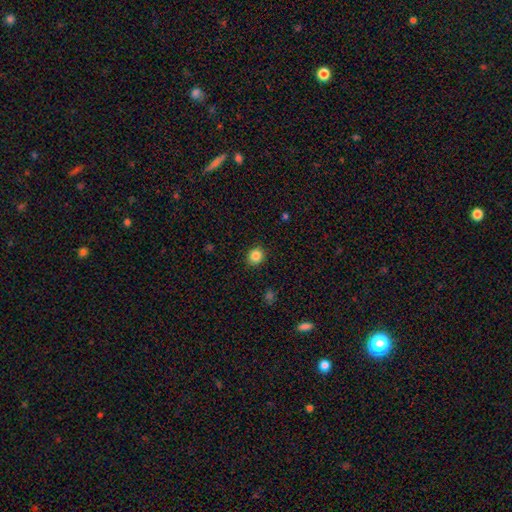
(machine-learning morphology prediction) smooth_or_featured: smooth (p=0.85) [alt: star or artifact p=0.10]
how_rounded: round (p=0.75) [alt: in between p=0.24]
merging: none (p=0.90) [alt: minor disturbance p=0.07]